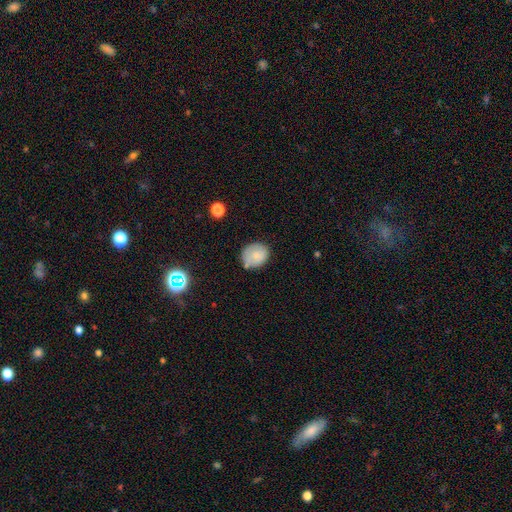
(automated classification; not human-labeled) This is likely a smooth galaxy (78%). How rounded: likely round (67%). Merging: likely none (64%).